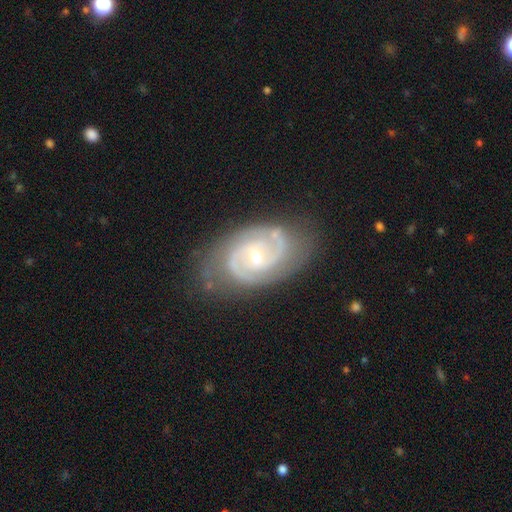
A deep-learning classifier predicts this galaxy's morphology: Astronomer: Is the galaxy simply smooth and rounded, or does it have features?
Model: featured or disk — 90%.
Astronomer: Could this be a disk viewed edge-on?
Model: no — 97%.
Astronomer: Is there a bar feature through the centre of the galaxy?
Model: weak — 53% (runner-up: no, 34%).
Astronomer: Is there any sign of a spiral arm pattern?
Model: yes — 98%.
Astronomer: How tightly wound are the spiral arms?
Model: tight — 52% (runner-up: medium, 42%).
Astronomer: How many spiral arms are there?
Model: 2 — 79%.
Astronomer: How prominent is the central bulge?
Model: small — 53% (runner-up: moderate, 43%).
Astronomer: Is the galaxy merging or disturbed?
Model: none — 74%.